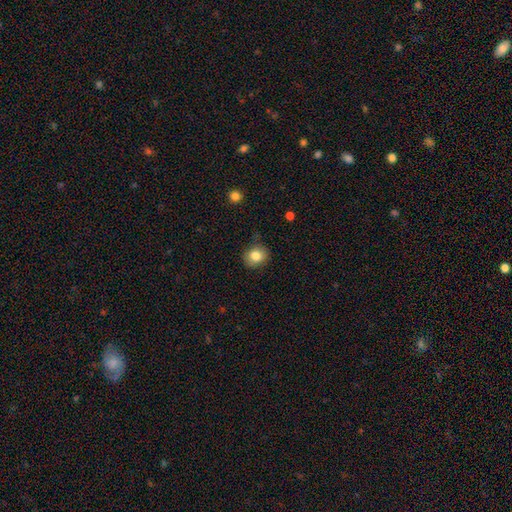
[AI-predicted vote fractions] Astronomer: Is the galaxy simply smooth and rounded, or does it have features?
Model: smooth — 83%.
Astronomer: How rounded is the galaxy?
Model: round — 71%.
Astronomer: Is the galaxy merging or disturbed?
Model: none — 83%.